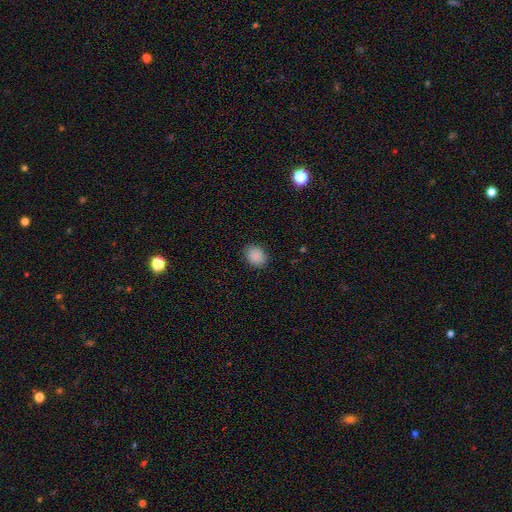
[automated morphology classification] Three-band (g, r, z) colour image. It shows a smooth galaxy with no disk features (89%) that is in between round and cigar-shaped (53%). Merging: none (88%).